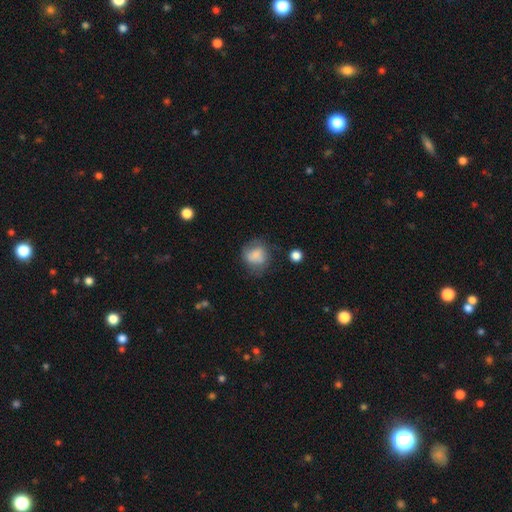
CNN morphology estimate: The model was most divided on "merging": none: 58%, minor disturbance: 25%, major disturbance: 13%, merger: 4%. More confident: smooth or featured — smooth (75%); how rounded — round (68%).